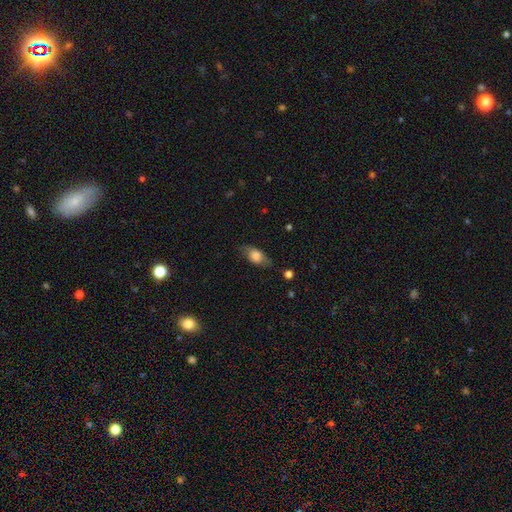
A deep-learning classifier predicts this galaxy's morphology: The model was most divided on "smooth or featured": smooth: 65%, featured or disk: 27%, star or artifact: 8%. More confident: how rounded — in between (76%); merging — none (68%).